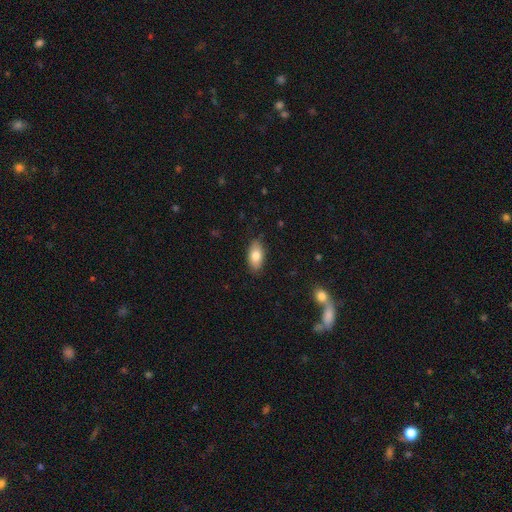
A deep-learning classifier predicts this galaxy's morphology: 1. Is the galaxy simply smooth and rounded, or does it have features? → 81% smooth, 12% featured or disk, 7% star or artifact.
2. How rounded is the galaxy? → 92% in between, 4% cigar-shaped, 4% round.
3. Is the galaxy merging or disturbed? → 86% none, 11% minor disturbance, 2% major disturbance, 1% merger.